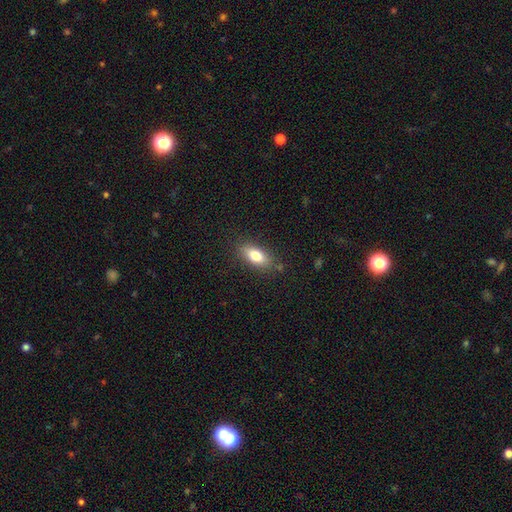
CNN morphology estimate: A smooth galaxy with no disk features (80%) that is in between round and cigar-shaped (84%).

Vote fractions:
- Smooth or featured? smooth: 80% / featured or disk: 12% / star or artifact: 8%
- How rounded? in between: 84% / cigar-shaped: 12% / round: 4%
- Merging? none: 82% / minor disturbance: 13% / major disturbance: 3% / merger: 2%